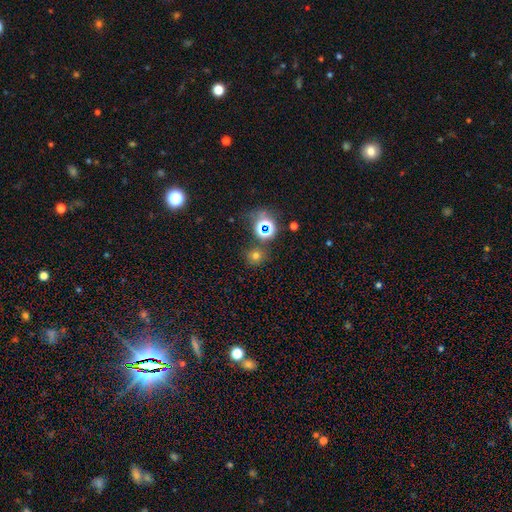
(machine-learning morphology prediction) smooth_or_featured: smooth (p=0.64) [alt: star or artifact p=0.28]
how_rounded: round (p=0.88) [alt: in between p=0.11]
merging: none (p=0.80) [alt: minor disturbance p=0.10]